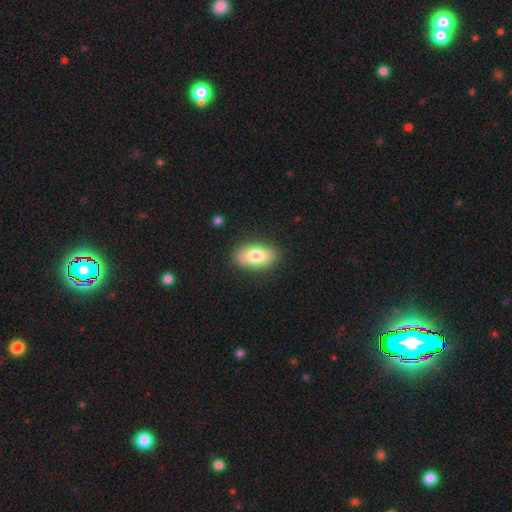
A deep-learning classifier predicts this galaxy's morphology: smooth-or-featured: smooth: 79% | featured or disk: 14% | star or artifact: 7%
  how-rounded: in between: 92% | round: 5% | cigar-shaped: 3%
  merging: none: 87% | minor disturbance: 9% | major disturbance: 3% | merger: 1%